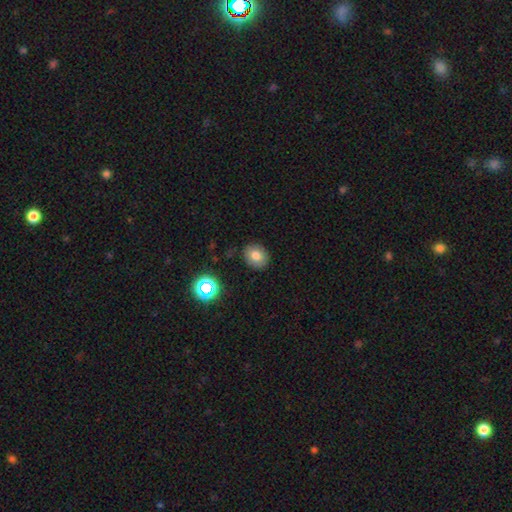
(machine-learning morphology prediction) smooth-or-featured: smooth: 76% | star or artifact: 13% | featured or disk: 11%
  how-rounded: round: 59% | in between: 40% | cigar-shaped: 1%
  merging: none: 86% | minor disturbance: 10% | major disturbance: 2% | merger: 2%